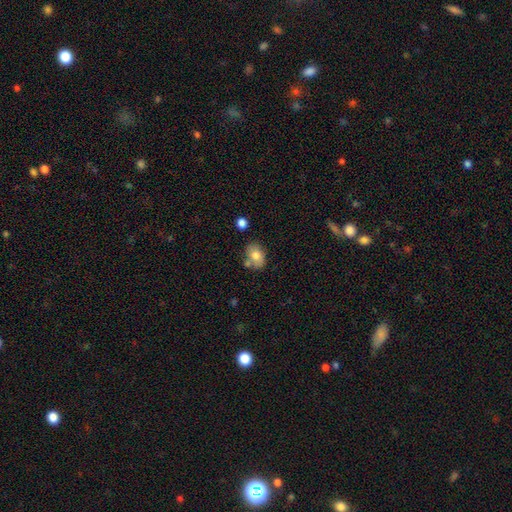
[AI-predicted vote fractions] Smooth or featured: smooth — 76% (featured or disk — 16%)
How rounded: in between — 77% (round — 21%)
Merging: none — 66% (minor disturbance — 16%)